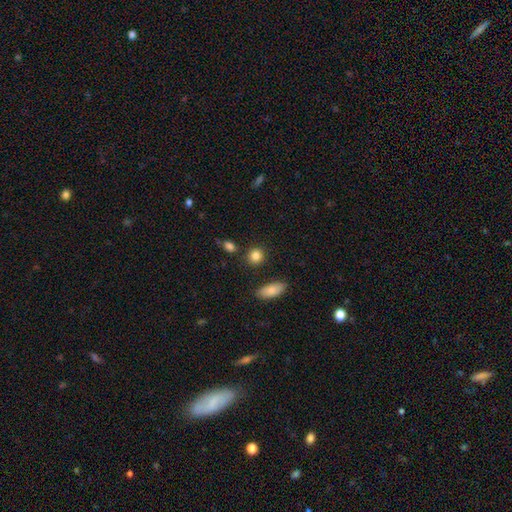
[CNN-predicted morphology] Smooth or featured: smooth — 85% (star or artifact — 10%)
How rounded: round — 81% (in between — 17%)
Merging: none — 84% (minor disturbance — 8%)